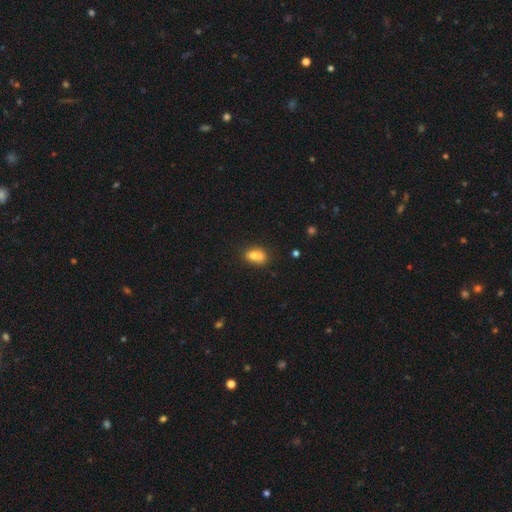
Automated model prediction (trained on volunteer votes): Smooth or featured: smooth — 69% (featured or disk — 21%)
How rounded: in between — 59% (round — 39%)
Merging: merger — 56% (none — 30%)